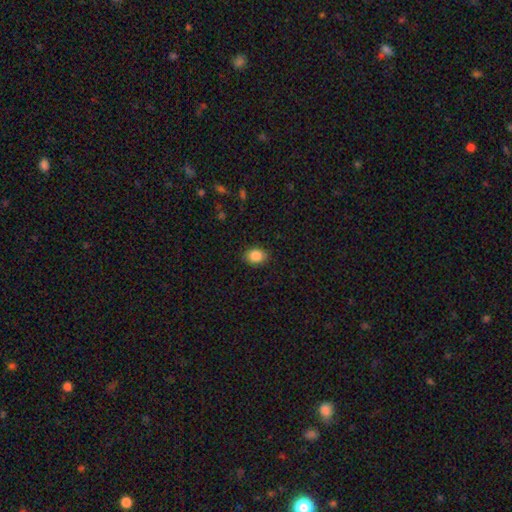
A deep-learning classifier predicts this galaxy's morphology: The model was most divided on "how rounded": in between: 68%, round: 31%, cigar-shaped: 1%. More confident: merging — none (87%); smooth or featured — smooth (87%).